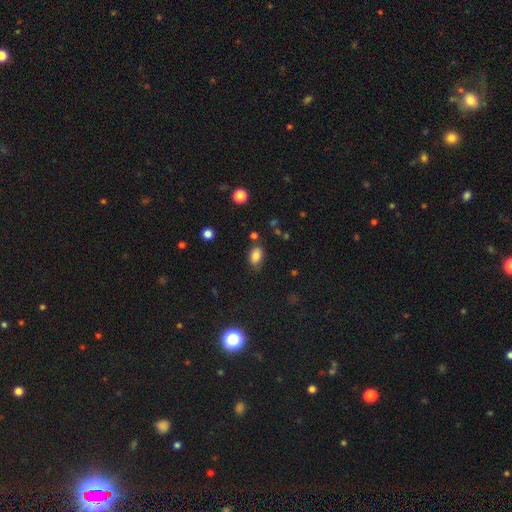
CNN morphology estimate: Smooth or featured: smooth — 83% (star or artifact — 11%)
How rounded: in between — 85% (round — 13%)
Merging: none — 73% (minor disturbance — 17%)